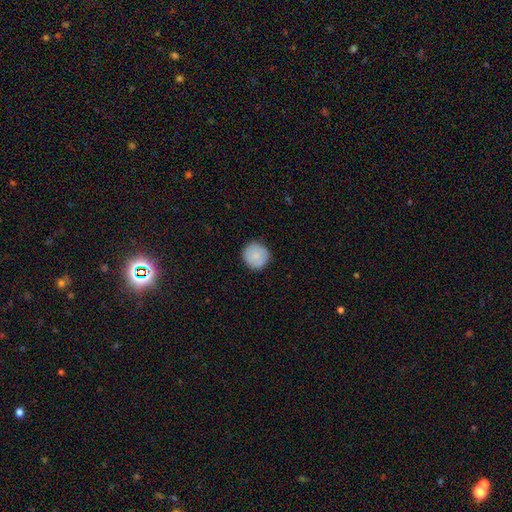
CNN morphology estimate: Q: Smooth or featured?
A: smooth (82%); runner-up: featured or disk (11%)
Q: How rounded?
A: round (94%); runner-up: in between (5%)
Q: Merging?
A: none (86%); runner-up: minor disturbance (11%)